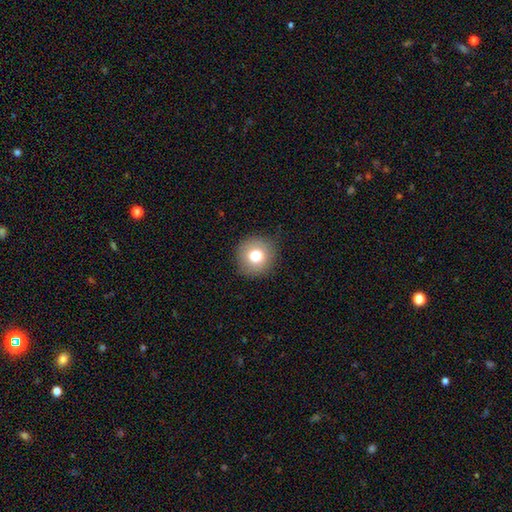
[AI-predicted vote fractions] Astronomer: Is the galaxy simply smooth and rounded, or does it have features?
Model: smooth — 75%.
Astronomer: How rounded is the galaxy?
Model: round — 92%.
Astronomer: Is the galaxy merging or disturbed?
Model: none — 87%.